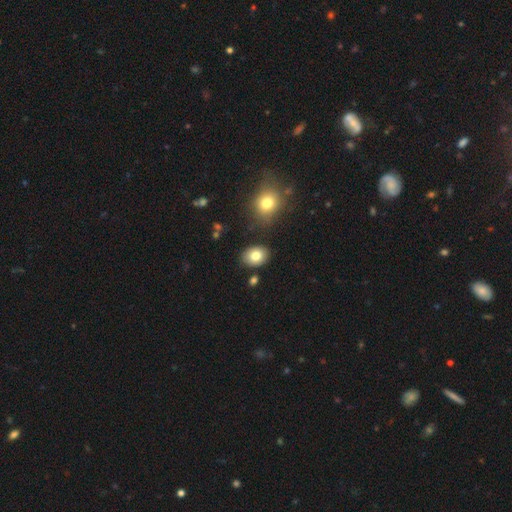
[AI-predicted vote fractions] Smooth or featured: smooth — 82% (featured or disk — 9%)
How rounded: in between — 60% (round — 39%)
Merging: none — 85% (minor disturbance — 9%)